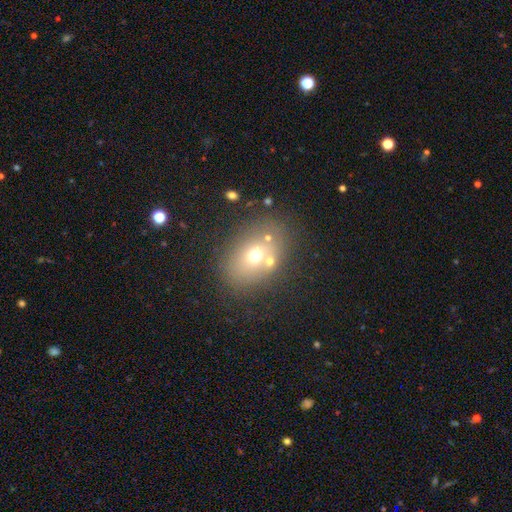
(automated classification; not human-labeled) smooth-or-featured: smooth: 62% | featured or disk: 21% | star or artifact: 17%
  how-rounded: in between: 61% | round: 38% | cigar-shaped: 1%
  merging: none: 67% | merger: 14% | minor disturbance: 12% | major disturbance: 6%